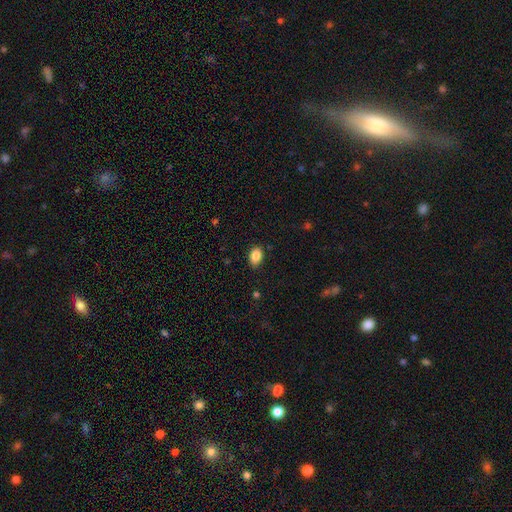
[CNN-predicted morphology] Q: Smooth or featured?
A: smooth (86%); runner-up: star or artifact (8%)
Q: How rounded?
A: in between (84%); runner-up: round (14%)
Q: Merging?
A: none (86%); runner-up: minor disturbance (11%)